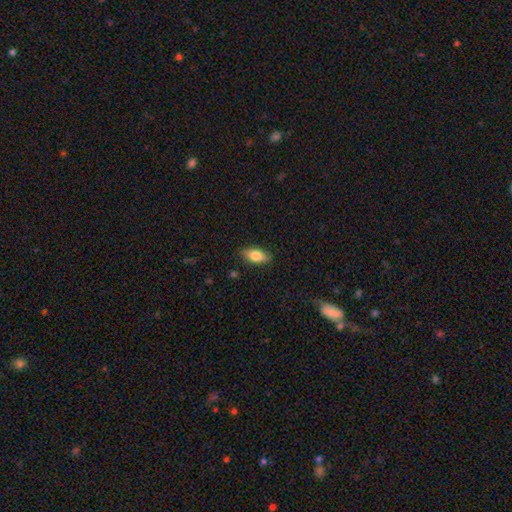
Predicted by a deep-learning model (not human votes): The model was most divided on "smooth or featured": smooth: 78%, featured or disk: 15%, star or artifact: 7%. More confident: merging — none (86%); how rounded — in between (85%).